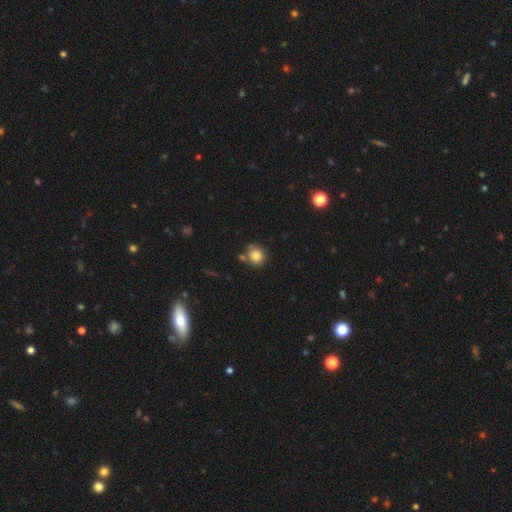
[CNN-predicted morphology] This is clearly a smooth galaxy (84%). How rounded: clearly round (87%). Merging: likely none (64%).